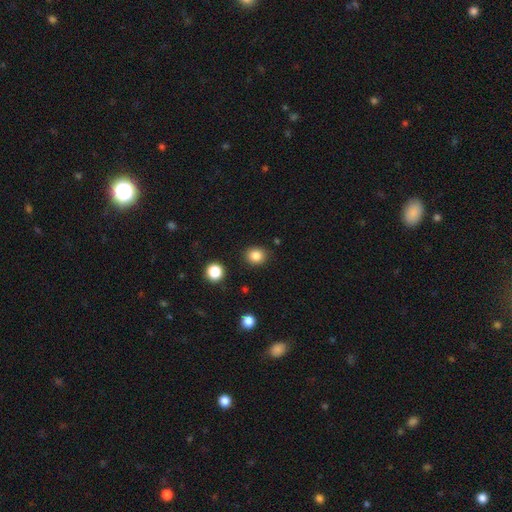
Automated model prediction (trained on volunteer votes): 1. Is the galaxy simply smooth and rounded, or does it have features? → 84% smooth, 11% star or artifact, 4% featured or disk.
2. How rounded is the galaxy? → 77% round, 22% in between, 1% cigar-shaped.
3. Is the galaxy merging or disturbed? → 88% none, 7% minor disturbance, 2% major disturbance, 2% merger.